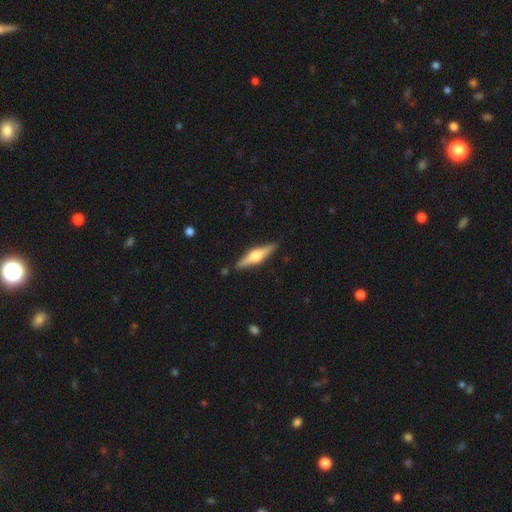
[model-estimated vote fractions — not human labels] Smooth or featured?
  - featured or disk: 67% *
  - smooth: 27%
  - star or artifact: 5%
Edge-on disk?
  - yes: 97% *
  - no: 3%
Edge-on bulge?
  - rounded: 92% *
  - boxy: 6%
  - none: 2%
Merging?
  - none: 88% *
  - minor disturbance: 8%
  - major disturbance: 2%
  - merger: 2%